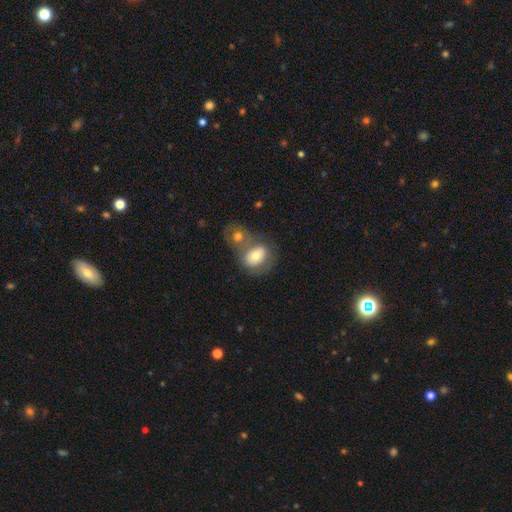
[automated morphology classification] smooth_or_featured: smooth (p=0.67) [alt: featured or disk p=0.25]
how_rounded: in between (p=0.53) [alt: round p=0.46]
merging: merger (p=0.43) [alt: none p=0.37]